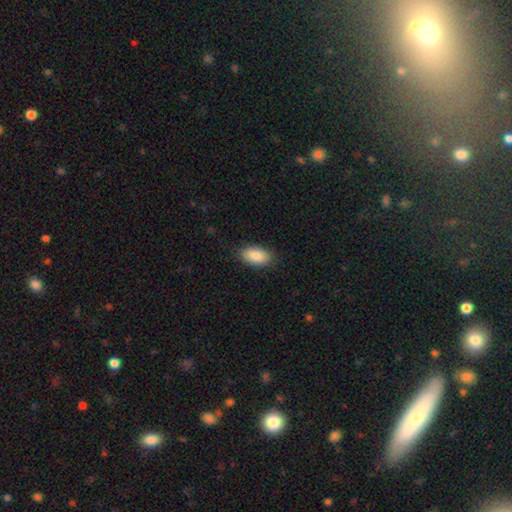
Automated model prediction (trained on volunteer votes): Morphology: type=smooth (88%); roundness=in between (94%); merging=none (85%).